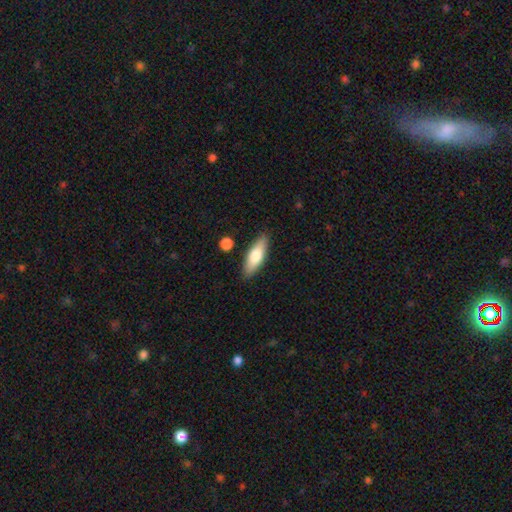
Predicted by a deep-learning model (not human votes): A smooth galaxy with no disk features (70%) that is in between round and cigar-shaped (56%). Merging: none (86%).